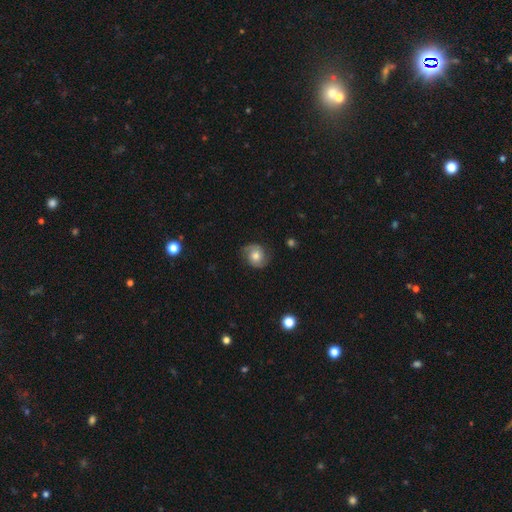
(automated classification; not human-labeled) smooth-or-featured: featured or disk: 65% | smooth: 26% | star or artifact: 9%
  disk-edge-on: no: 98% | yes: 2%
    bar: no: 73% | weak: 23% | strong: 4%
    has-spiral-arms: yes: 93% | no: 7%
      spiral-winding: medium: 46% | tight: 34% | loose: 20%
      spiral-arm-count: 2: 89% | can't tell: 5% | 1: 3% | 3: 1% | 4: 1% | more than 4: 1%
    bulge-size: moderate: 68% | small: 16% | large: 13% | none: 2% | dominant: 2%
  merging: none: 79% | minor disturbance: 15% | major disturbance: 5% | merger: 1%